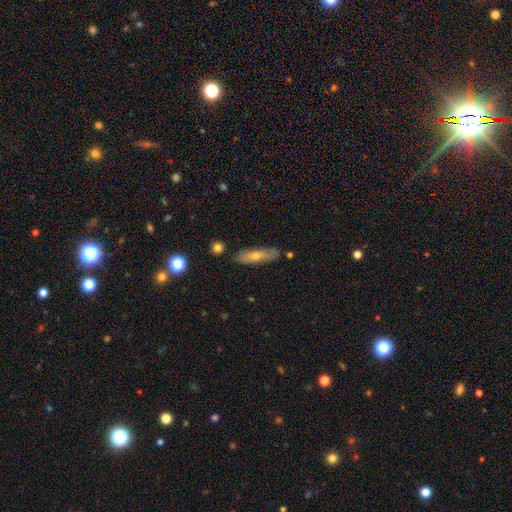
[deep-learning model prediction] Smooth or featured?
  - smooth: 49% *
  - featured or disk: 43%
  - star or artifact: 8%
Merging?
  - none: 82% *
  - minor disturbance: 13%
  - major disturbance: 2%
  - merger: 2%